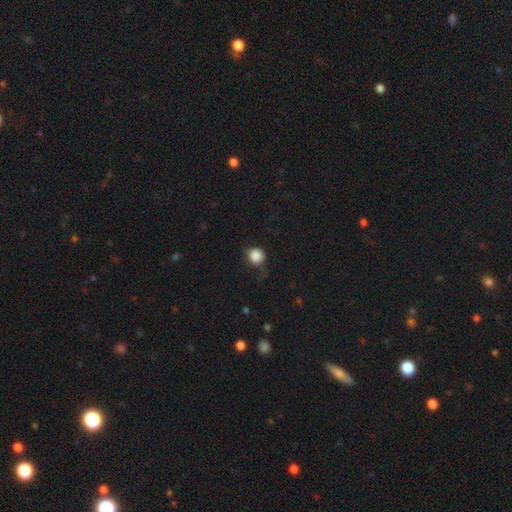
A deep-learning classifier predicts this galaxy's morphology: Q: Smooth or featured?
A: smooth (86%); runner-up: star or artifact (9%)
Q: How rounded?
A: round (86%); runner-up: in between (13%)
Q: Merging?
A: none (60%); runner-up: minor disturbance (28%)